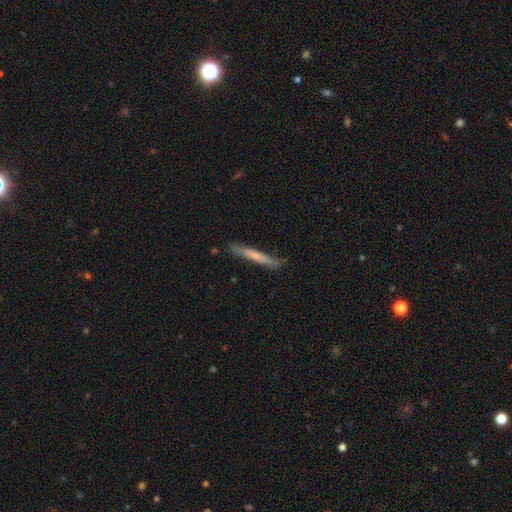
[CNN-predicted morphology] A smooth galaxy with no disk features (58%) that is cigar-shaped (95%). Merging: none (81%).